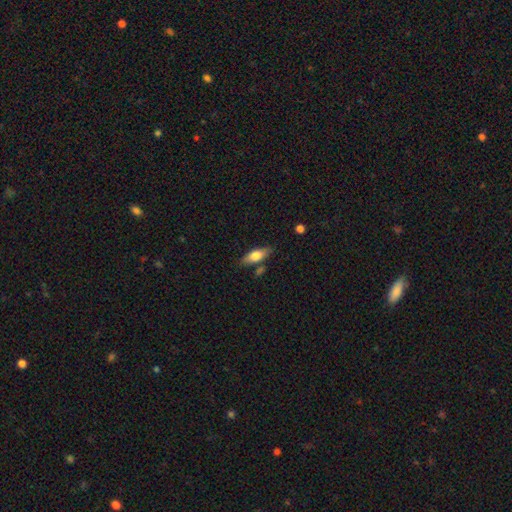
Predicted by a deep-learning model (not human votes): A smooth galaxy with no disk features (72%) that is in between round and cigar-shaped (69%).

Vote fractions:
- Smooth or featured? smooth: 72% / featured or disk: 21% / star or artifact: 6%
- How rounded? in between: 69% / cigar-shaped: 28% / round: 3%
- Merging? none: 76% / minor disturbance: 14% / merger: 7% / major disturbance: 3%